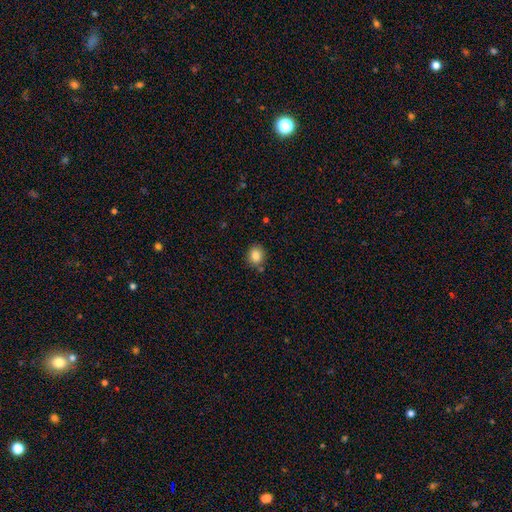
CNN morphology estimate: smooth-or-featured: smooth: 84% | star or artifact: 10% | featured or disk: 6%
  how-rounded: round: 74% | in between: 26% | cigar-shaped: 1%
  merging: none: 80% | minor disturbance: 11% | merger: 7% | major disturbance: 3%